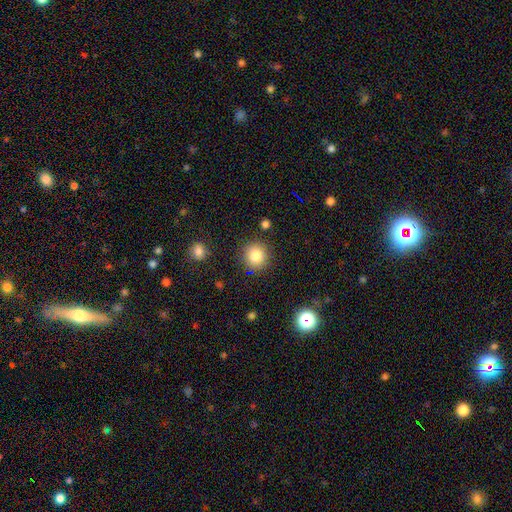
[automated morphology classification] Smooth or featured? smooth (83%)
How rounded? round (91%)
Merging? none (87%)